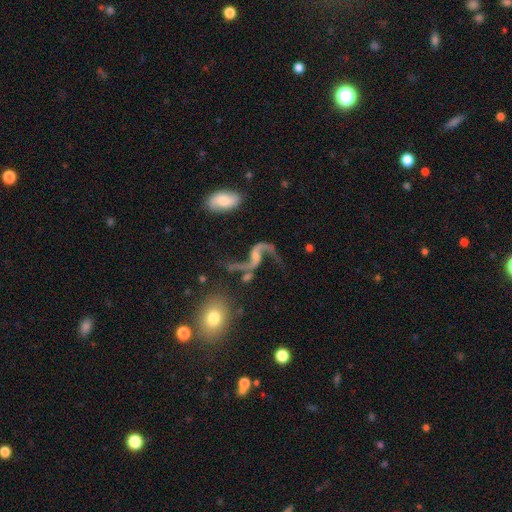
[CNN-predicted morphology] Smooth or featured? featured or disk (88%)
Edge-on disk? no (96%)
Bar? no (43%)
Spiral arms? yes (96%)
Spiral winding? loose (88%)
Spiral arm count? 2 (92%)
Bulge size? small (48%)
Merging? none (58%)